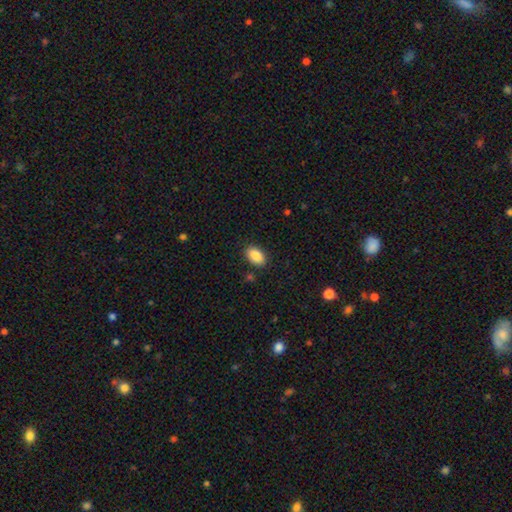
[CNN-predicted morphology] type=smooth (88%); roundness=in between (91%); merging=none (87%).